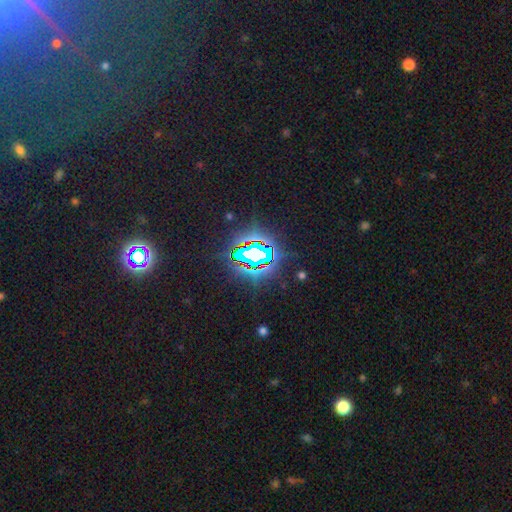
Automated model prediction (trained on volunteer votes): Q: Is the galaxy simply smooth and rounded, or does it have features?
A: star or artifact — 78%.